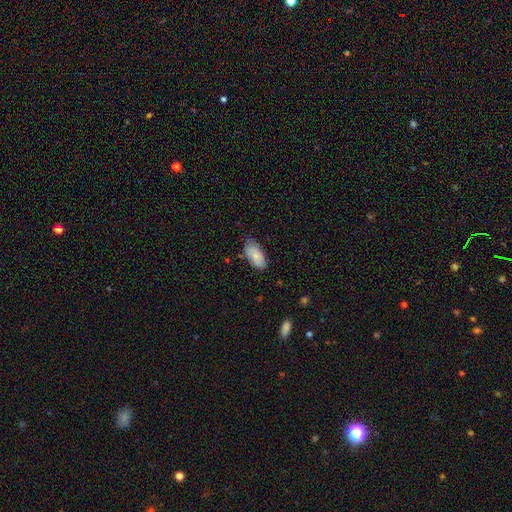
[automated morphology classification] A smooth galaxy with no disk features (81%) that is in between round and cigar-shaped (93%). Merging: none (69%).